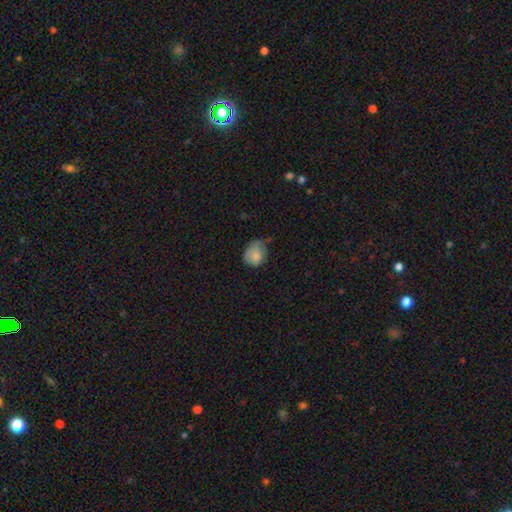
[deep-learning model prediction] Q: Smooth or featured?
A: smooth (78%); runner-up: featured or disk (14%)
Q: How rounded?
A: round (57%); runner-up: in between (42%)
Q: Merging?
A: minor disturbance (41%); runner-up: none (35%)